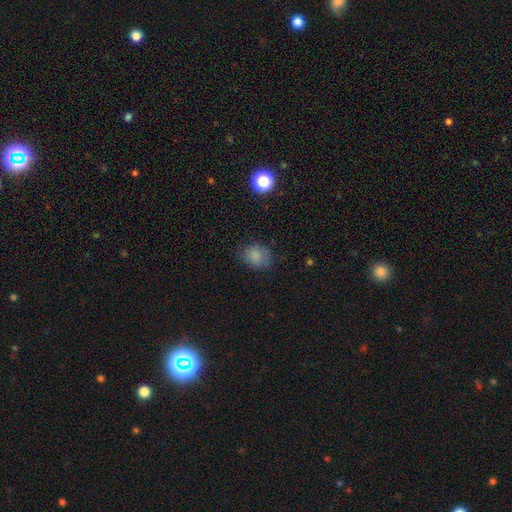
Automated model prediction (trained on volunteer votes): Morphology: type=smooth (82%); roundness=in between (50%); merging=none (75%).